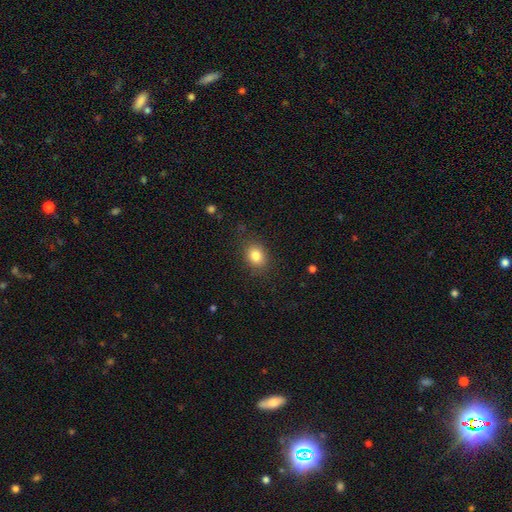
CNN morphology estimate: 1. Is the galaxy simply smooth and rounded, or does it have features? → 83% smooth, 10% star or artifact, 7% featured or disk.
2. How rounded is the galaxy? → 52% in between, 47% round, 1% cigar-shaped.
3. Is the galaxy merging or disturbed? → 83% none, 12% minor disturbance, 4% major disturbance, 1% merger.